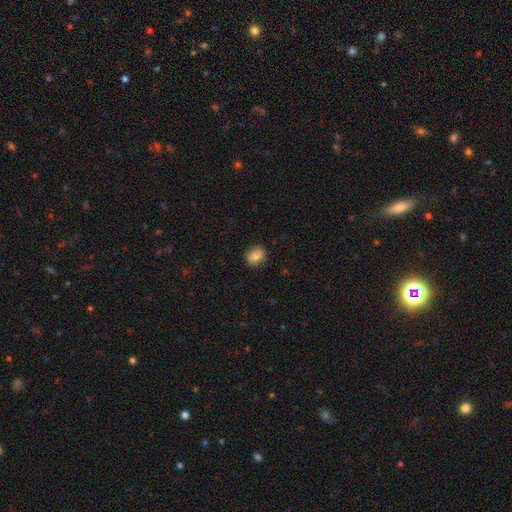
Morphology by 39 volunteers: Q: Smooth or featured?
A: smooth (79%); runner-up: featured or disk (10%)
Q: How rounded?
A: in between (58%); runner-up: round (42%)
Q: Merging?
A: none (69%); runner-up: minor disturbance (20%)